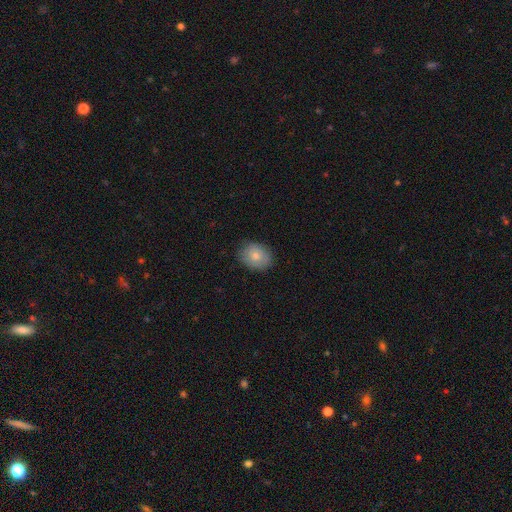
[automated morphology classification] smooth 78%, featured or disk 14%, star or artifact 7%. Down the decision tree: how rounded — in between (57%); merging — none (81%).